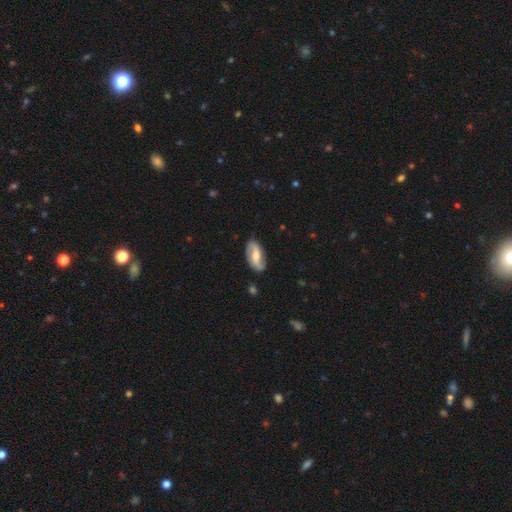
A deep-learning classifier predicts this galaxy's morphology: Overall: featured or disk (70%). Edge-on disk: no (94%). Bar: weak (44%; no 31%). Spiral arms: yes (91%). Spiral arm count: 2 (90%). Spiral winding: loose (51%; medium 33%). Bulge size: moderate (58%; small 27%). Merging: none (83%).